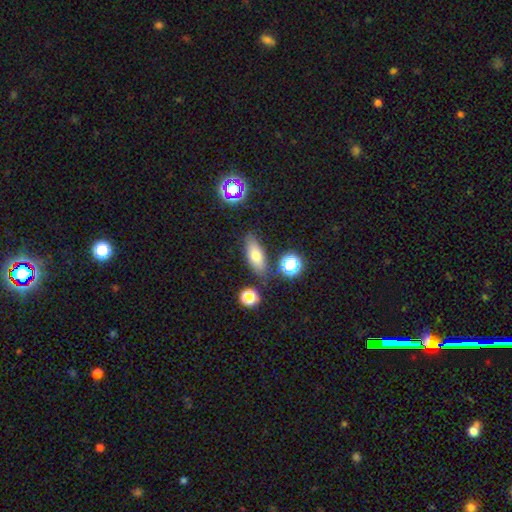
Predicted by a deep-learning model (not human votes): smooth_or_featured: smooth (p=0.68) [alt: featured or disk p=0.19]
how_rounded: in between (p=0.64) [alt: cigar-shaped p=0.29]
merging: none (p=0.79) [alt: minor disturbance p=0.12]